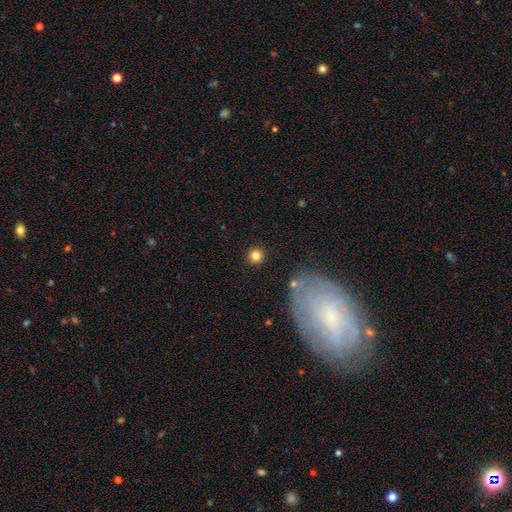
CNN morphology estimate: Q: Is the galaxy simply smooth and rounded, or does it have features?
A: smooth — 81%.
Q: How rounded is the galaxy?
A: round — 95%.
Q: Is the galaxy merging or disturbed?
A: none — 90%.